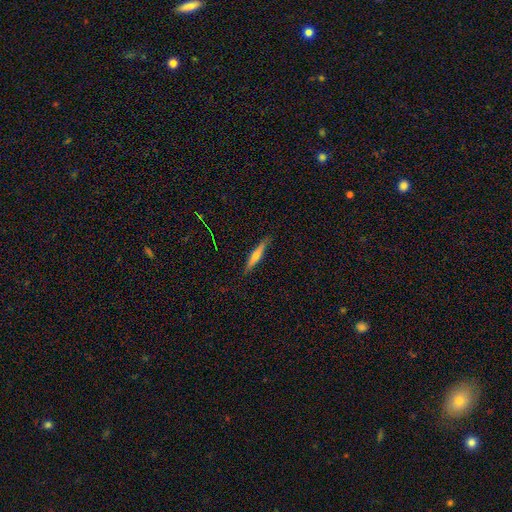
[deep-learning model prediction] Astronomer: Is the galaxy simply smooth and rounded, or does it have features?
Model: featured or disk — 49% (runner-up: smooth, 44%).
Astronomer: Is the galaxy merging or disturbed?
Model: none — 87%.